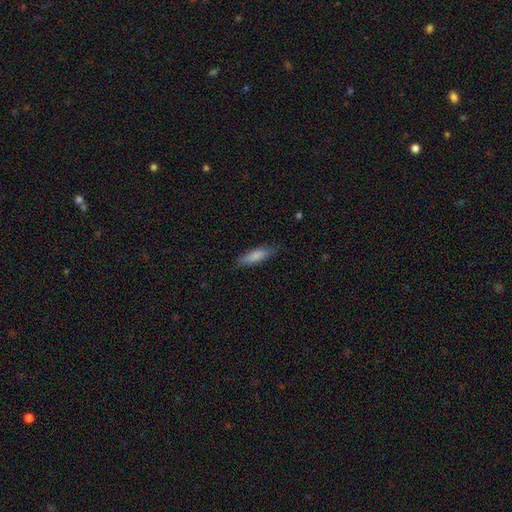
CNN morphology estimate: The model was most divided on "how rounded": cigar-shaped: 53%, in between: 46%, round: 2%. More confident: smooth or featured — smooth (83%); merging — none (79%).